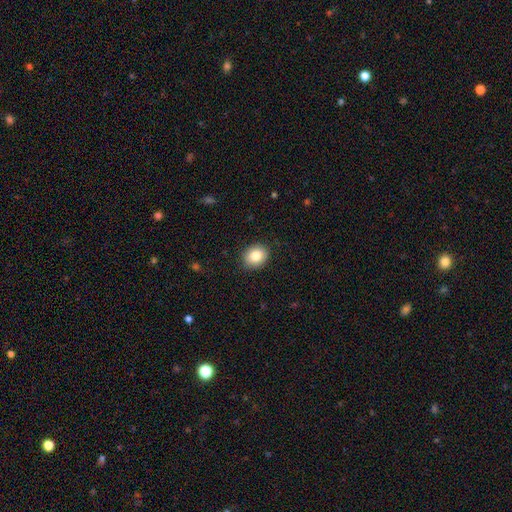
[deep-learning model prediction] A smooth galaxy with no disk features (84%) that is round (62%). Merging: none (89%).